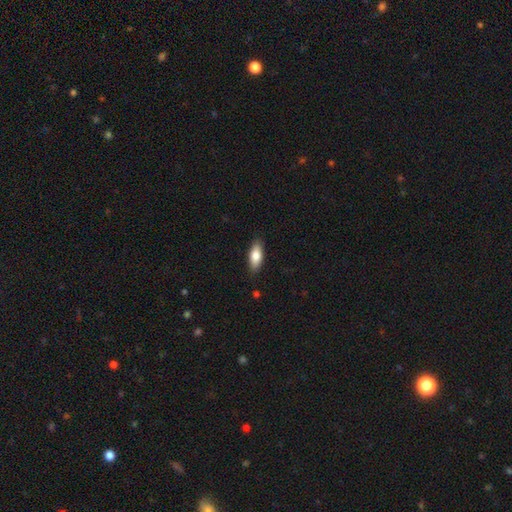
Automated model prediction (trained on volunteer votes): A smooth galaxy with no disk features (79%) that is in between round and cigar-shaped (78%). Merging: none (86%).